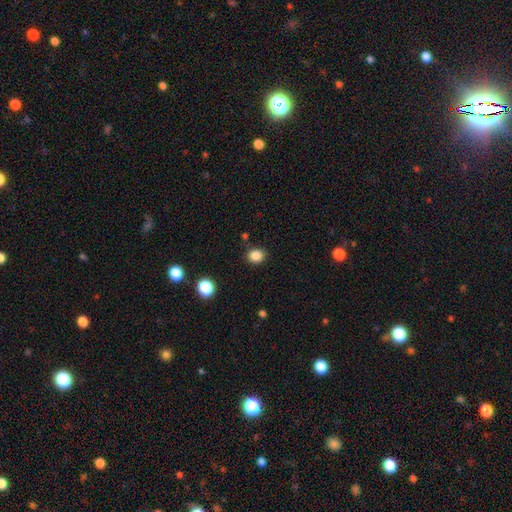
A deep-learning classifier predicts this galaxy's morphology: This appears to be a smooth galaxy with no disk features (85%) that is round (68%). Merging: none (83%).